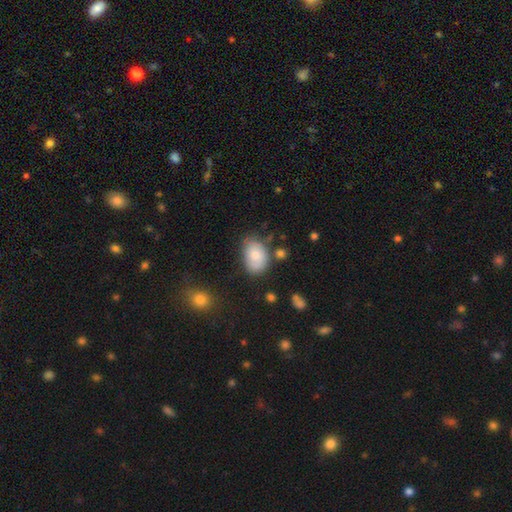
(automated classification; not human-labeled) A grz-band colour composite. It shows a smooth galaxy with no disk features (76%) that is in between round and cigar-shaped (84%). Merging: none (62%).